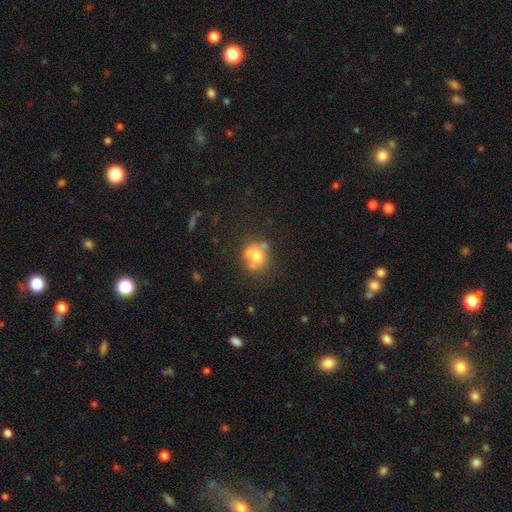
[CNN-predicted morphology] A smooth galaxy with no disk features (58%) that is round (77%).

Vote fractions:
- Smooth or featured? smooth: 58% / featured or disk: 29% / star or artifact: 13%
- How rounded? round: 77% / in between: 22% / cigar-shaped: 1%
- Merging? none: 46% / merger: 33% / minor disturbance: 14% / major disturbance: 7%